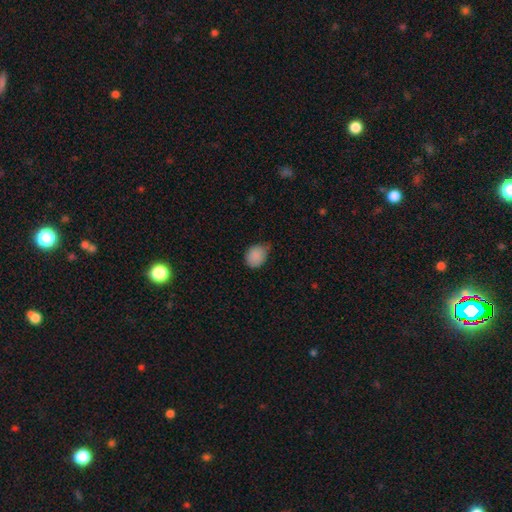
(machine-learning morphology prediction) type=smooth (87%); roundness=in between (52%); merging=none (48%).